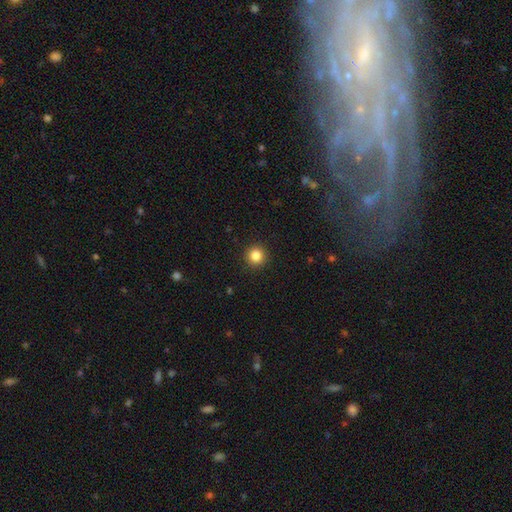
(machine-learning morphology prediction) smooth 84%, star or artifact 11%, featured or disk 5%. Down the decision tree: how rounded — round (95%); merging — none (92%).